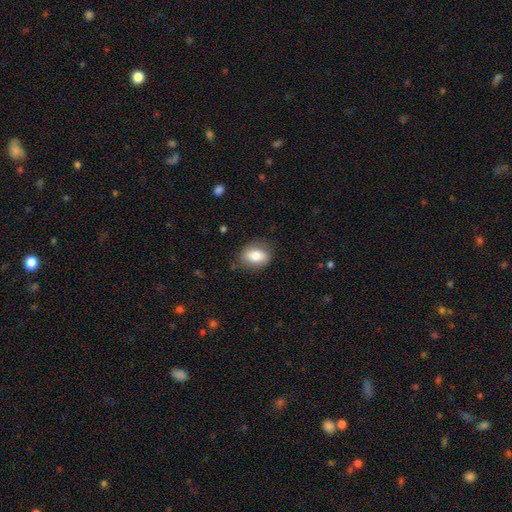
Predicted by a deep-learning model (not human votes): The model was most divided on "how rounded": in between: 69%, round: 29%, cigar-shaped: 2%. More confident: merging — none (78%); smooth or featured — smooth (74%).